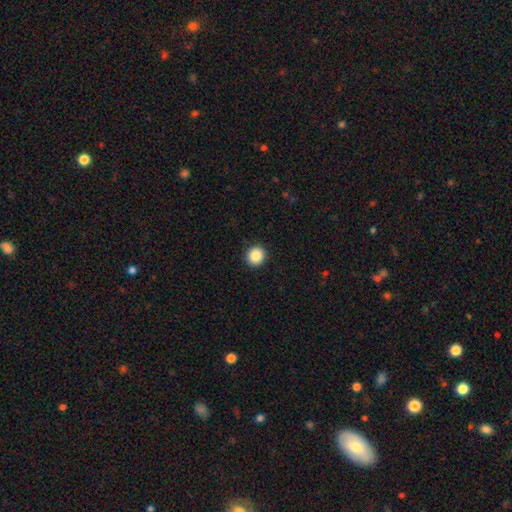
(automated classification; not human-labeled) A smooth galaxy with no disk features (87%) that is round (92%).

Vote fractions:
- Smooth or featured? smooth: 87% / star or artifact: 9% / featured or disk: 4%
- How rounded? round: 92% / in between: 7% / cigar-shaped: 1%
- Merging? none: 93% / minor disturbance: 5% / major disturbance: 2% / merger: 1%